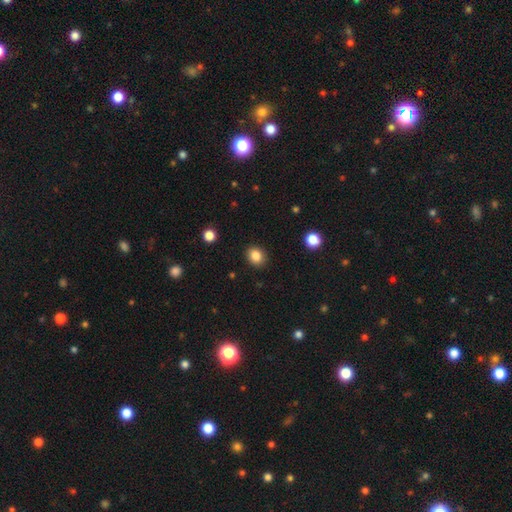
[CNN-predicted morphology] type=smooth (85%); roundness=round (64%); merging=none (89%).